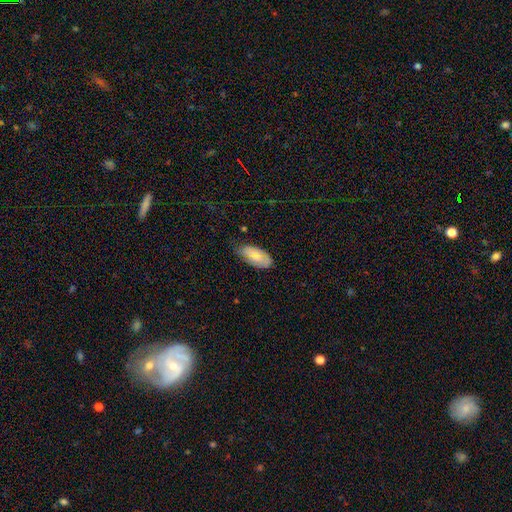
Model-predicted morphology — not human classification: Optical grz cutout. It shows a smooth galaxy with no disk features (75%) that is in between round and cigar-shaped (90%). Merging: none (61%).